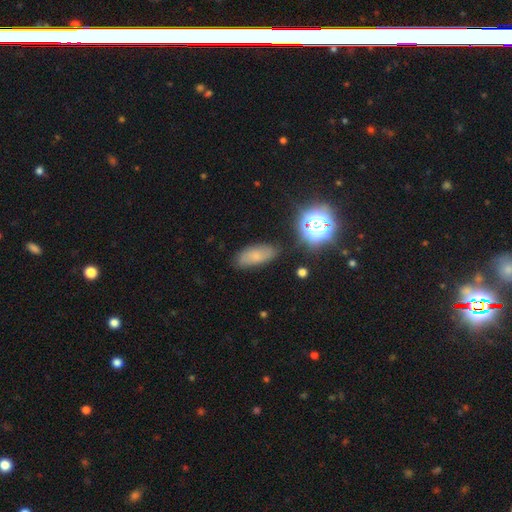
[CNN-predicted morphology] A smooth galaxy with no disk features (62%) that is in between round and cigar-shaped (82%). Merging: none (78%).